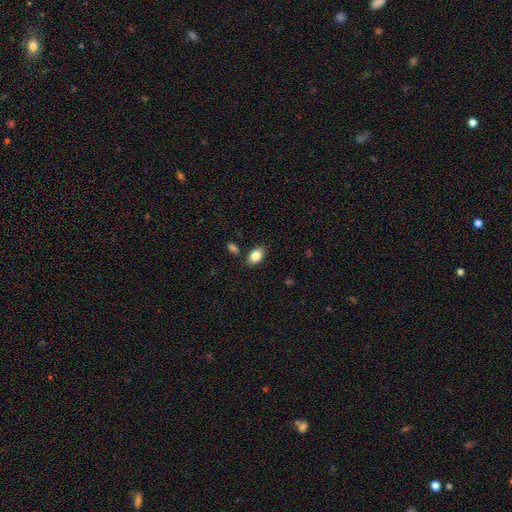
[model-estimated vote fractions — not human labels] This is clearly a smooth galaxy (85%). How rounded: clearly in between (88%). Merging: clearly none (83%).